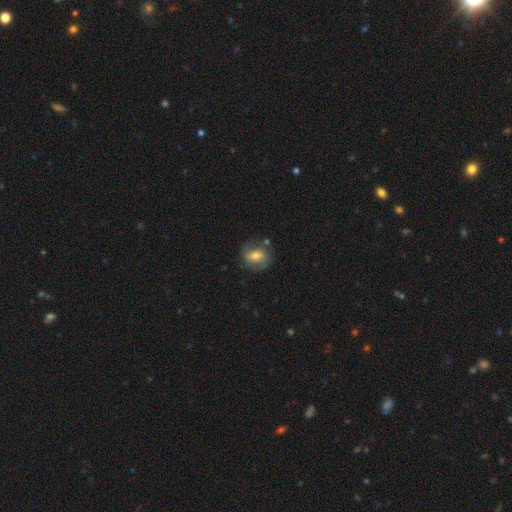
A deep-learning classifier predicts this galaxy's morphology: Smooth or featured: smooth — 51% (featured or disk — 40%)
How rounded: round — 54% (in between — 44%)
Merging: none — 68% (minor disturbance — 19%)